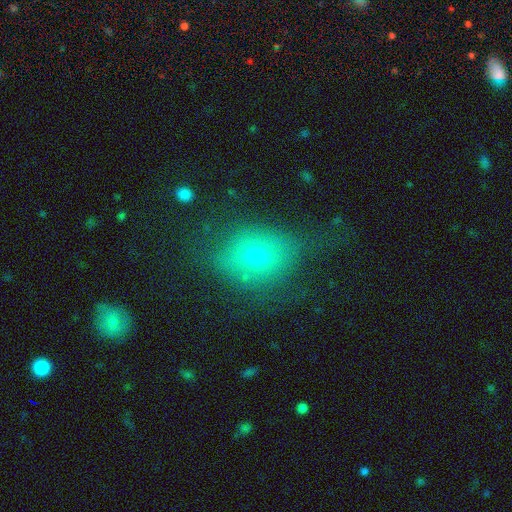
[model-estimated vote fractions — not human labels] Morphology: type=smooth (63%); roundness=round (55%); merging=none (59%).